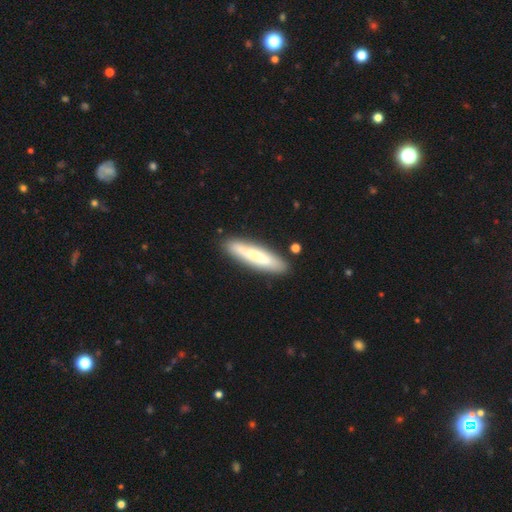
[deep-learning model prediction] Smooth or featured?
  - smooth: 65% *
  - featured or disk: 29%
  - star or artifact: 6%
How rounded?
  - cigar-shaped: 86% *
  - in between: 13%
  - round: 1%
Merging?
  - none: 84% *
  - minor disturbance: 11%
  - merger: 3%
  - major disturbance: 2%